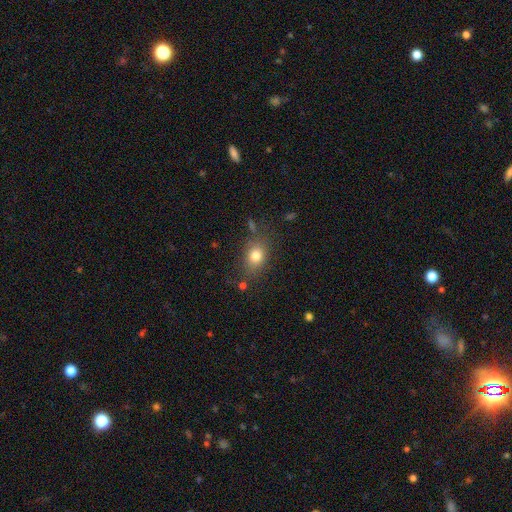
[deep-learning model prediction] This appears to be a smooth galaxy with no disk features (78%) that is in between round and cigar-shaped (56%). Merging: none (74%).